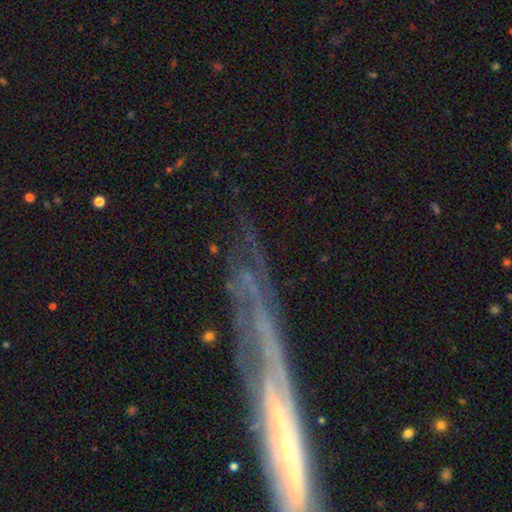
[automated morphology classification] Smooth or featured? featured or disk (68%)
Edge-on disk? no (52%)
Merging? none (63%)